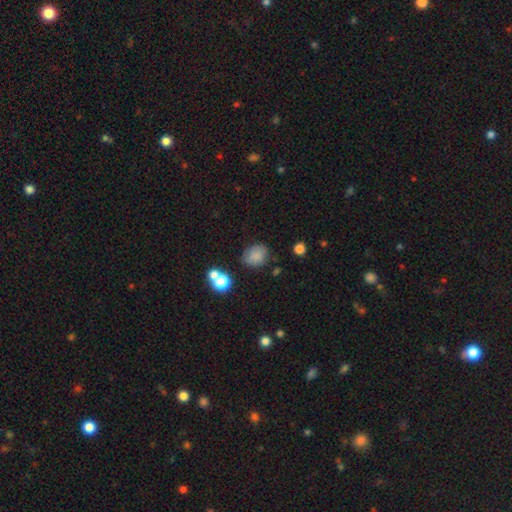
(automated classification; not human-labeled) Smooth or featured: smooth — 79% (star or artifact — 12%)
How rounded: round — 50% (in between — 49%)
Merging: none — 69% (minor disturbance — 20%)